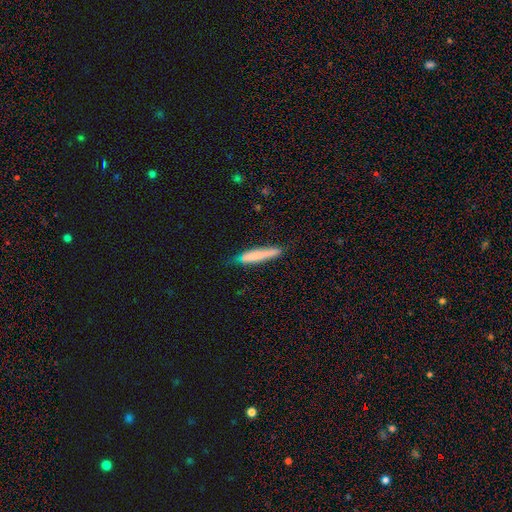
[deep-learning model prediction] Smooth or featured? smooth (73%)
How rounded? cigar-shaped (92%)
Merging? none (68%)